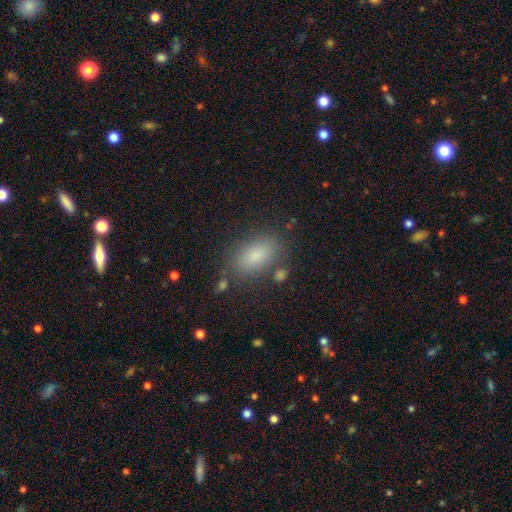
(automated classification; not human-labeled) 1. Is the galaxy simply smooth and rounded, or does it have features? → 83% smooth, 9% star or artifact, 8% featured or disk.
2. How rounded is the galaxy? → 89% in between, 6% round, 5% cigar-shaped.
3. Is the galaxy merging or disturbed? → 78% none, 13% minor disturbance, 5% major disturbance, 5% merger.